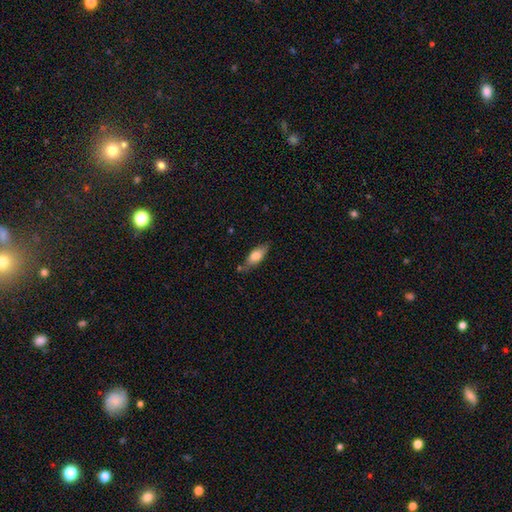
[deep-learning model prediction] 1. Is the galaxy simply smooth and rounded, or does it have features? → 72% smooth, 22% featured or disk, 6% star or artifact.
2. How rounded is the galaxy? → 73% in between, 25% cigar-shaped, 3% round.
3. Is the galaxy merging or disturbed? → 68% none, 21% minor disturbance, 6% merger, 4% major disturbance.